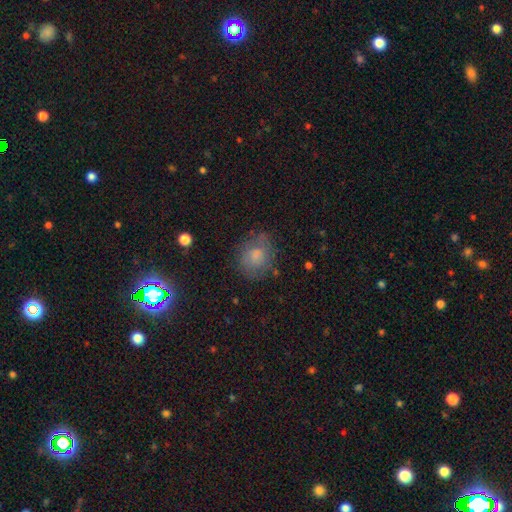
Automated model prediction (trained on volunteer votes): Smooth or featured: smooth — 64% (featured or disk — 24%)
How rounded: round — 68% (in between — 31%)
Merging: none — 67% (minor disturbance — 22%)